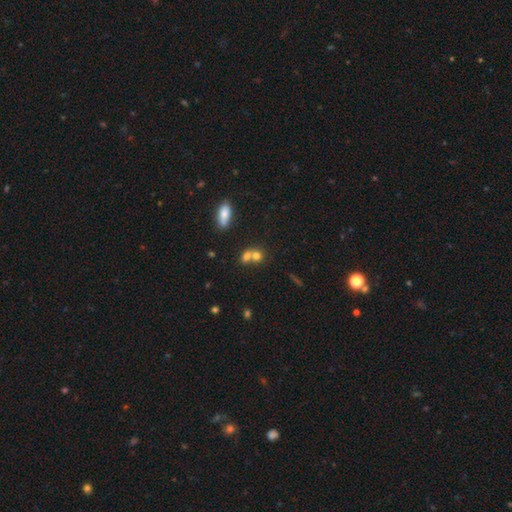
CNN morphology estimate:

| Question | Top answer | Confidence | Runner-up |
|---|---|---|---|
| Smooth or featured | smooth | 71% | featured or disk (16%) |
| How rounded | round | 65% | in between (33%) |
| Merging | merger | 61% | none (30%) |